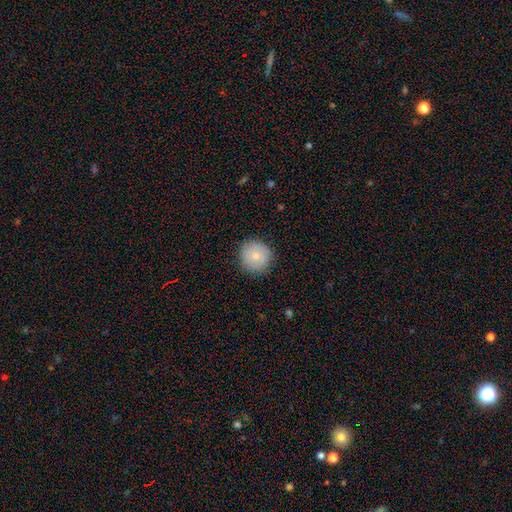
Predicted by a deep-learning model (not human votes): The model was most divided on "smooth or featured": smooth: 74%, featured or disk: 18%, star or artifact: 8%. More confident: how rounded — round (94%); merging — none (87%).